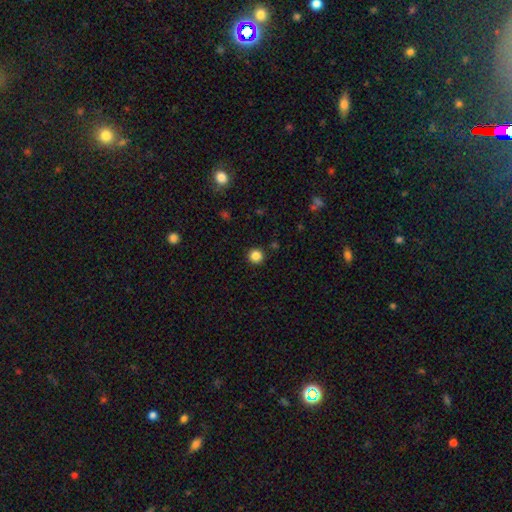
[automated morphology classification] This is clearly a smooth galaxy (85%). How rounded: clearly round (96%). Merging: clearly none (92%).